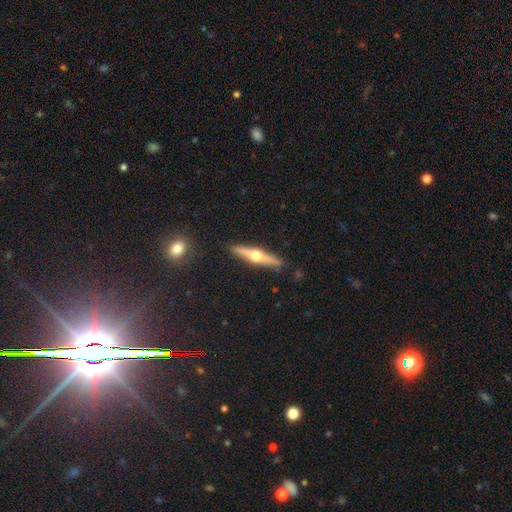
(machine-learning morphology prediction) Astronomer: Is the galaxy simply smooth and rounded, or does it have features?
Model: featured or disk — 65%.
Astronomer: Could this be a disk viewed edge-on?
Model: yes — 96%.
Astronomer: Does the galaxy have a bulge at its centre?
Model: rounded — 95%.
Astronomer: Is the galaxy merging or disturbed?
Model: none — 89%.